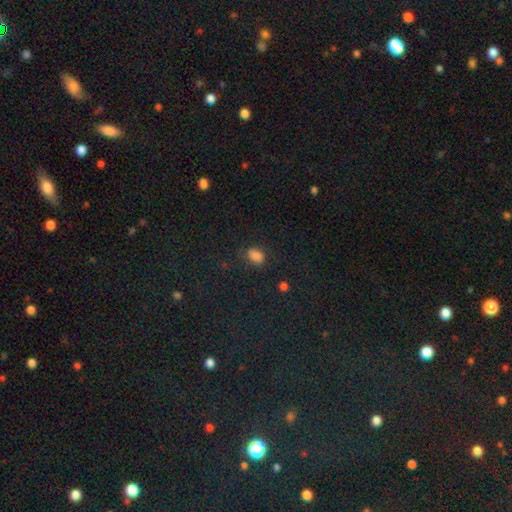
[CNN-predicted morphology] Overall: smooth (76%). How rounded: in between (81%). Merging: none (66%).